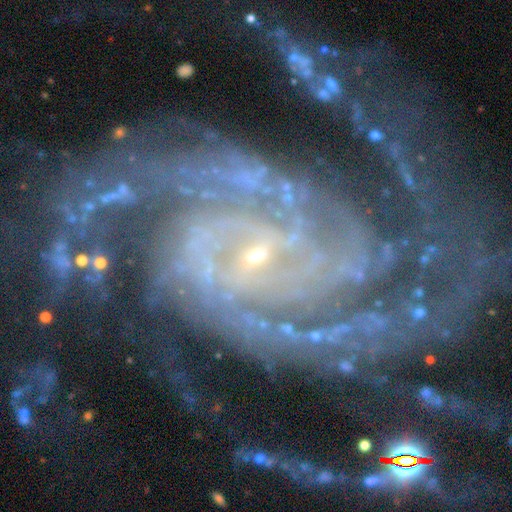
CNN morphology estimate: type=featured or disk (92%); edge-on=no (98%); bar=no (50%); spiral arms=yes (99%); winding=tight (61%); arm count=2 (40%); bulge=small (83%); merging=none (66%).